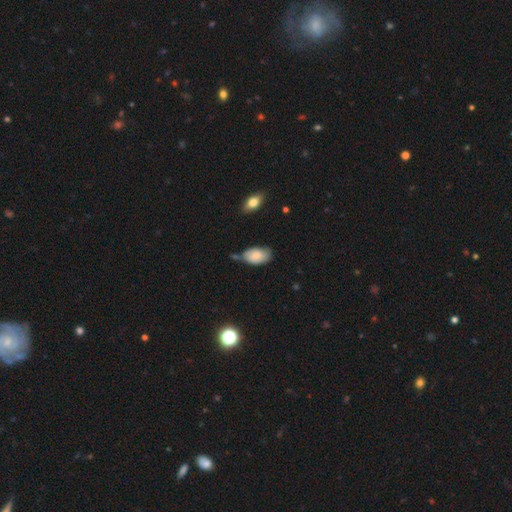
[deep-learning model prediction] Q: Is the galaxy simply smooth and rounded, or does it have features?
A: smooth — 78%.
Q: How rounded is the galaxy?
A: in between — 94%.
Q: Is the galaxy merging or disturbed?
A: none — 55%.